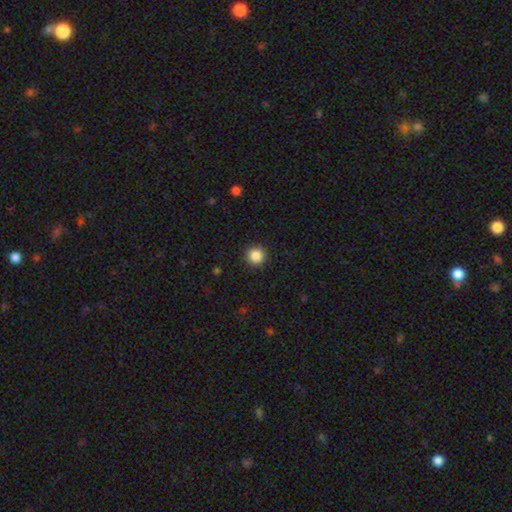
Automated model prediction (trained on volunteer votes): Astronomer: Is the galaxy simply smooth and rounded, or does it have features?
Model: smooth — 86%.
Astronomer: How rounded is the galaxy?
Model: round — 96%.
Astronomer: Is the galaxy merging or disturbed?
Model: none — 92%.